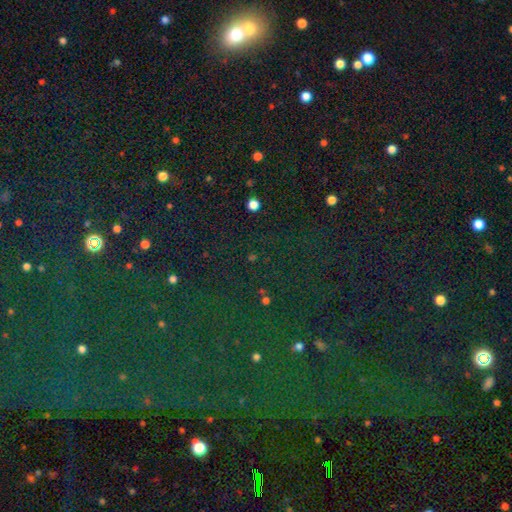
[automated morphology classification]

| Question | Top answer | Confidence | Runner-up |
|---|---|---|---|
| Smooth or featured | star or artifact | 81% | smooth (11%) |